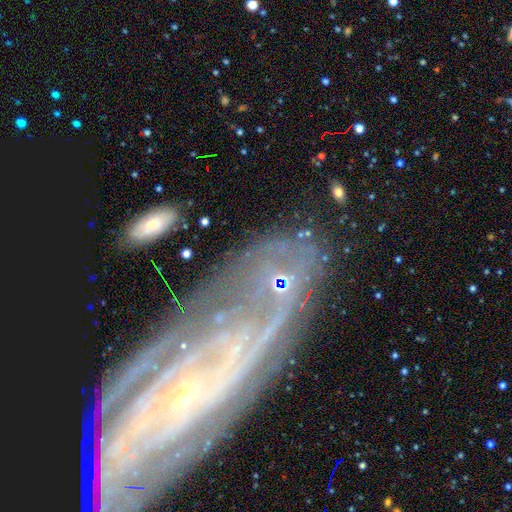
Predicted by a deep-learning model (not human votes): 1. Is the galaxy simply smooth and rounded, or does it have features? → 80% featured or disk, 11% star or artifact, 9% smooth.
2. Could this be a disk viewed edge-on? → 90% no, 10% yes.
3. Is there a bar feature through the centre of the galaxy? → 61% no, 24% weak, 15% strong.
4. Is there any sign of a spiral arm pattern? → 94% yes, 6% no.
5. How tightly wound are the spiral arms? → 65% tight, 26% medium, 8% loose.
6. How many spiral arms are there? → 28% 2, 26% can't tell, 16% 3, 11% 4, 10% more than 4, 9% 1.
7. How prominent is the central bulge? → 83% small, 12% moderate, 2% none, 2% large, 1% dominant.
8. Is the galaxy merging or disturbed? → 71% none, 16% minor disturbance, 8% major disturbance, 5% merger.